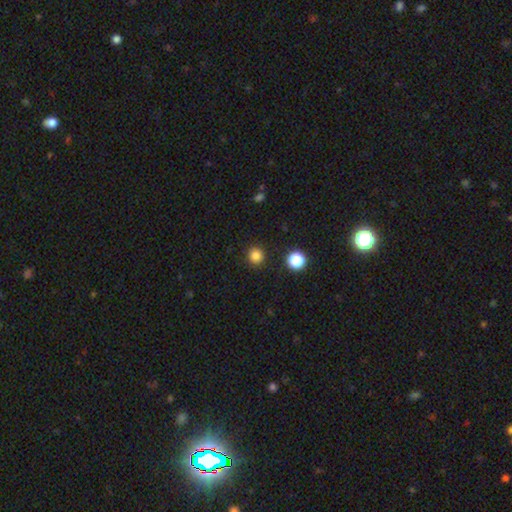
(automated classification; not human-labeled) smooth-or-featured: smooth: 84% | star or artifact: 13% | featured or disk: 4%
  how-rounded: round: 94% | in between: 5% | cigar-shaped: 1%
  merging: none: 92% | minor disturbance: 5% | major disturbance: 2% | merger: 2%